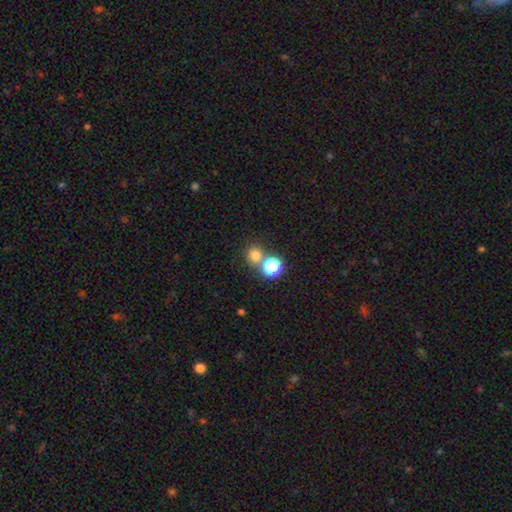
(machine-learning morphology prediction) Smooth or featured? Predicted: smooth (p=0.75). How rounded? Predicted: round (p=0.85). Merging? Predicted: none (p=0.61).